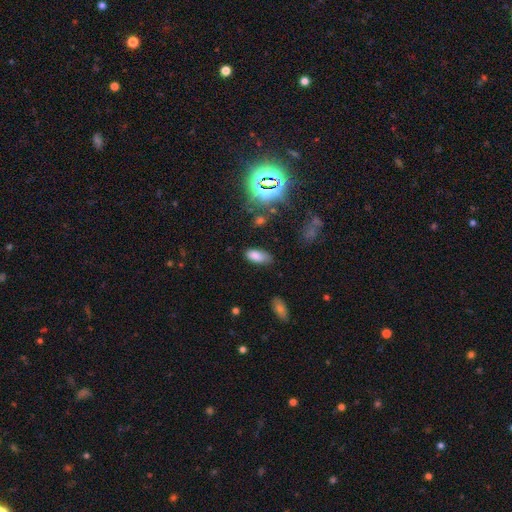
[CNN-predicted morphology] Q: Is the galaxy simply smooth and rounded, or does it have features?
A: smooth — 77%.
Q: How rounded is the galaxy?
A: in between — 91%.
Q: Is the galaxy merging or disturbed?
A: none — 71%.